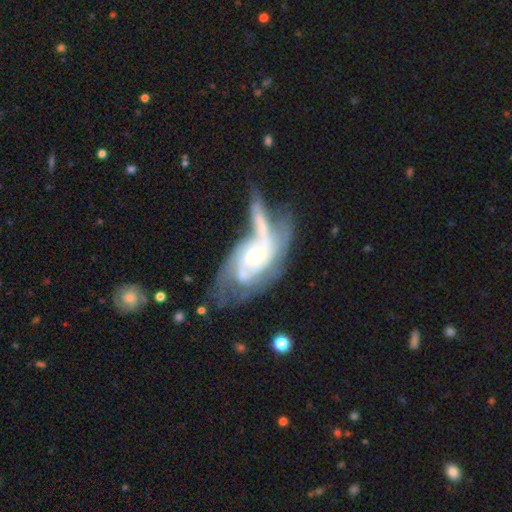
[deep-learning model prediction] Morphology: type=featured or disk (83%); edge-on=no (94%); bar=no (58%); spiral arms=yes (90%); winding=medium (42%); arm count=2 (44%); bulge=small (47%, tied with moderate); merging=merger (33%).